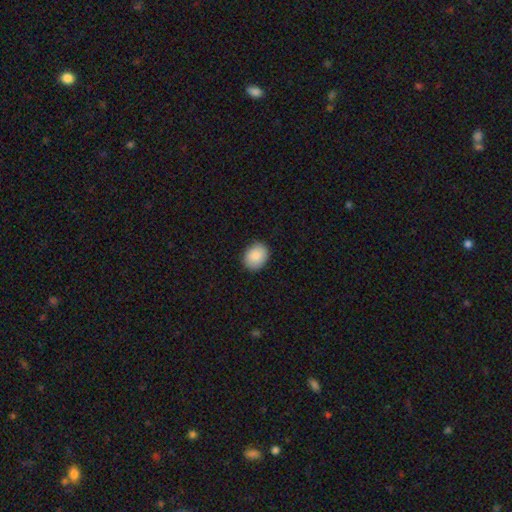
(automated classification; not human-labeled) This appears to be a smooth galaxy with no disk features (87%) that is in between round and cigar-shaped (52%). Merging: none (87%).